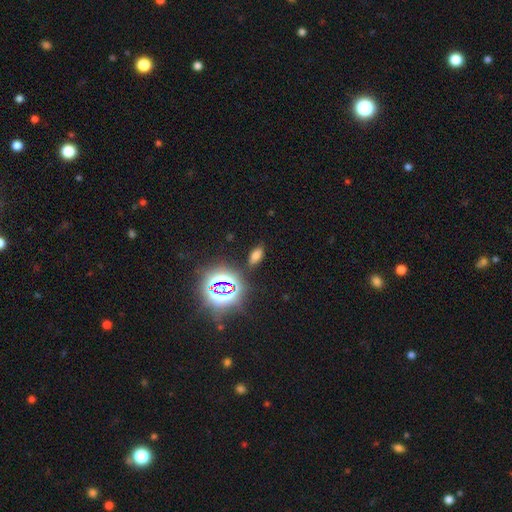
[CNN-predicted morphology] smooth 61%, star or artifact 31%, featured or disk 8%. Down the decision tree: how rounded — in between (84%); merging — none (84%).